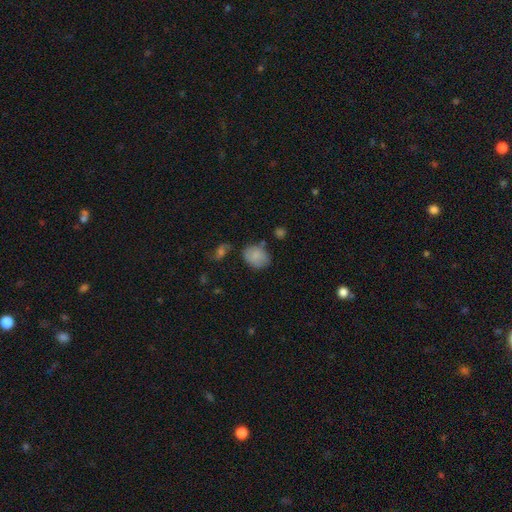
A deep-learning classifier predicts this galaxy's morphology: Smooth or featured? Predicted: smooth (p=0.82). How rounded? Predicted: in between (p=0.57). Merging? Predicted: none (p=0.63).